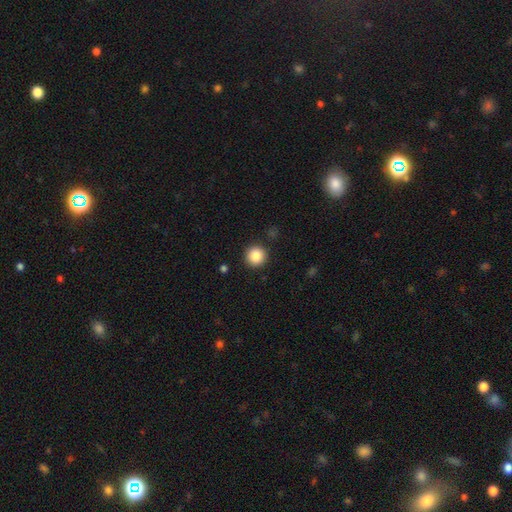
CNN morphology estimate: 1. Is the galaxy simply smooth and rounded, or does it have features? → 86% smooth, 9% star or artifact, 4% featured or disk.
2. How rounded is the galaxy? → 95% round, 4% in between, 1% cigar-shaped.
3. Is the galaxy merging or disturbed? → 91% none, 5% minor disturbance, 2% major disturbance, 1% merger.